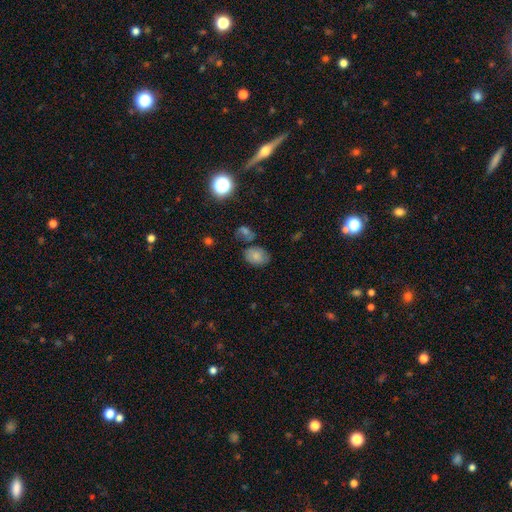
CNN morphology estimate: The model was most divided on "merging": none: 63%, minor disturbance: 19%, merger: 11%, major disturbance: 6%. More confident: how rounded — in between (78%); smooth or featured — smooth (76%).